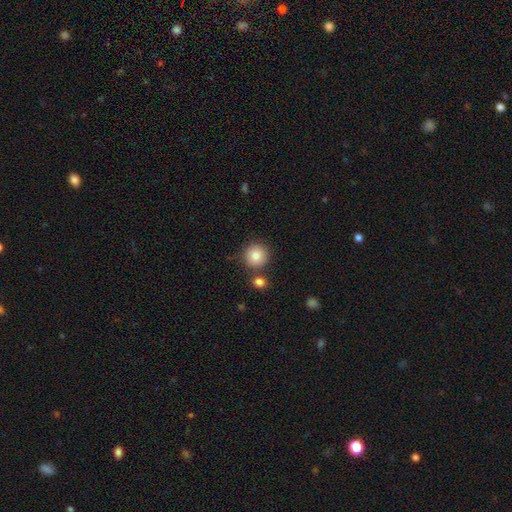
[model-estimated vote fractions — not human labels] Smooth or featured? Predicted: smooth (p=0.84). How rounded? Predicted: round (p=0.94). Merging? Predicted: none (p=0.77).